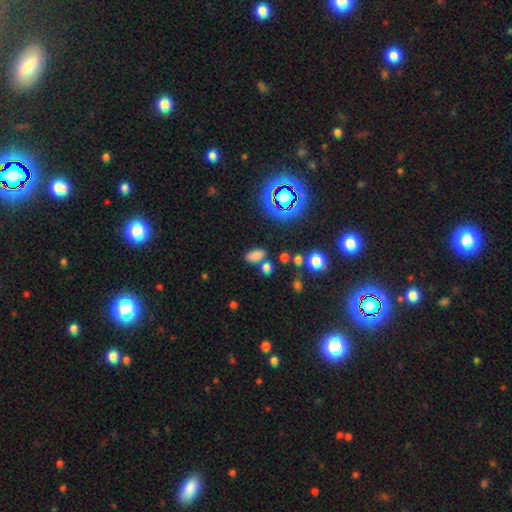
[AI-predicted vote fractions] This is likely a smooth galaxy (74%). How rounded: clearly in between (89%). Merging: likely none (74%).